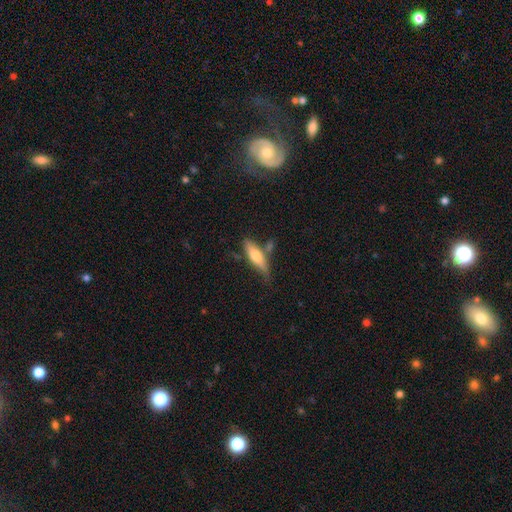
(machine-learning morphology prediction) This is possibly a smooth galaxy (58%). How rounded: likely cigar-shaped (64%). Merging: possibly none (60%).